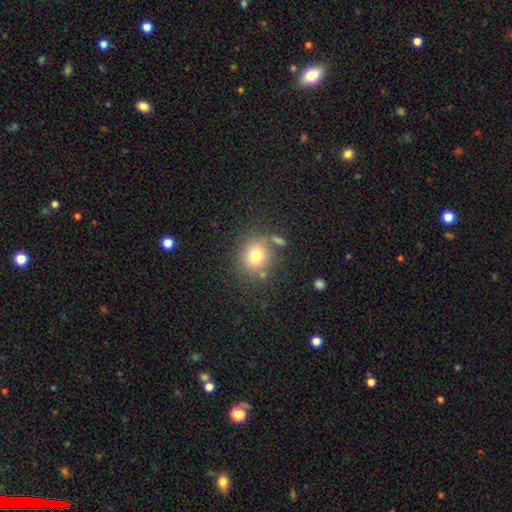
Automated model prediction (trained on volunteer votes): This is likely a smooth galaxy (76%). How rounded: likely round (80%). Merging: likely none (73%).